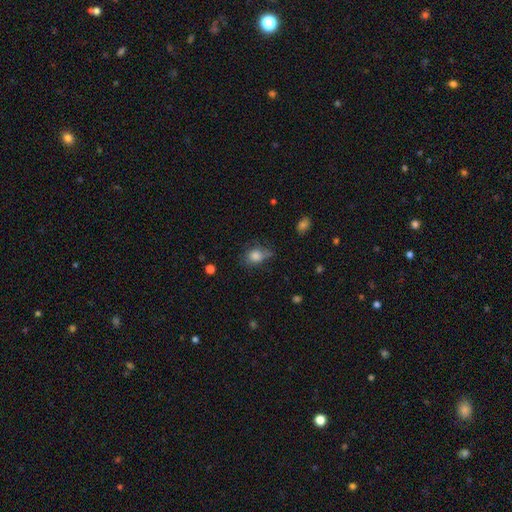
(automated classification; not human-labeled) Smooth or featured? Predicted: smooth (p=0.79). How rounded? Predicted: in between (p=0.52). Merging? Predicted: none (p=0.51).